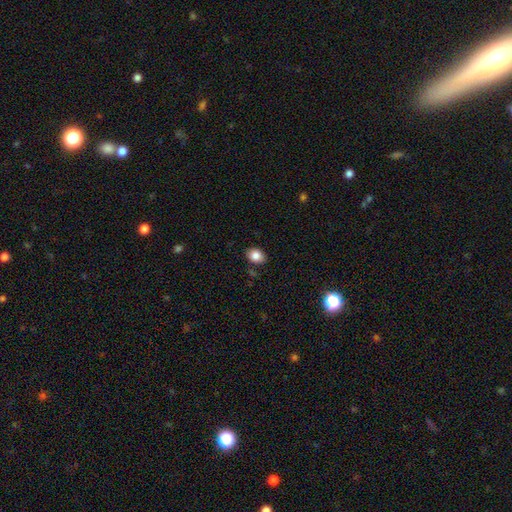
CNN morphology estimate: This appears to be a smooth galaxy with no disk features (83%) that is in between round and cigar-shaped (67%). Merging: none (85%).